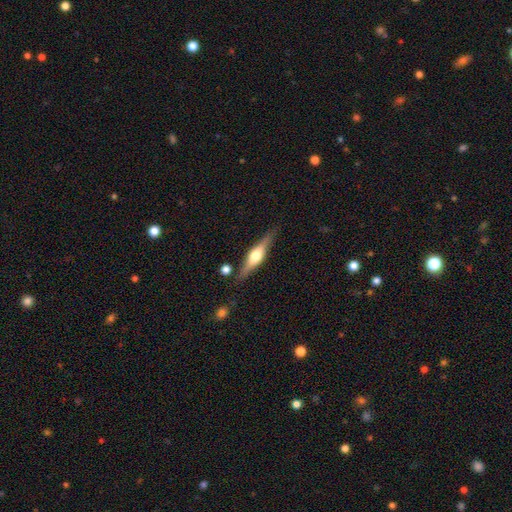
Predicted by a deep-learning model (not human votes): A featured or disk galaxy (67%) viewed edge-on (96%) with a rounded central bulge (91%). Merging: none (82%).